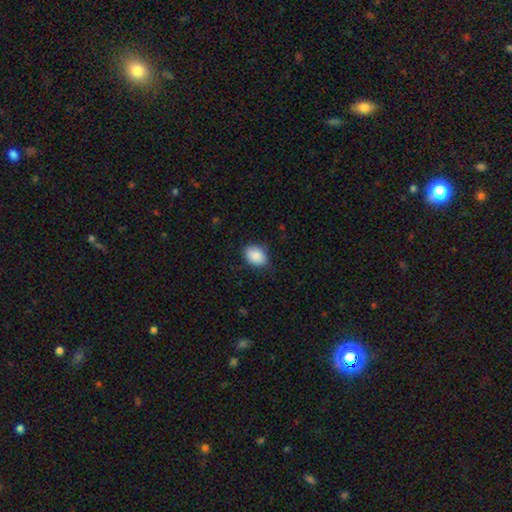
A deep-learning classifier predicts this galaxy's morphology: smooth 87%, star or artifact 7%, featured or disk 5%. Down the decision tree: how rounded — in between (71%); merging — none (79%).